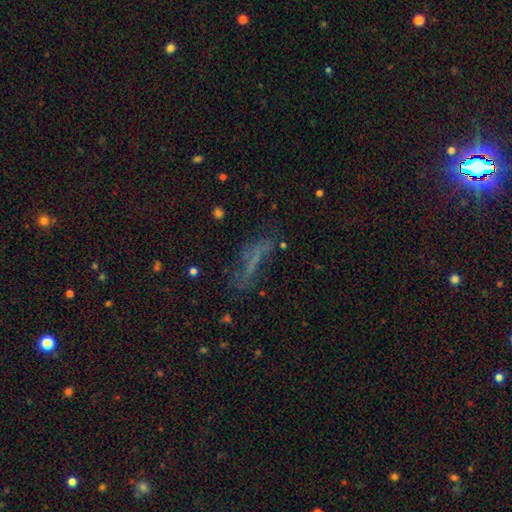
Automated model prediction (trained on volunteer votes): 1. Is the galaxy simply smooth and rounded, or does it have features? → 44% smooth, 33% featured or disk, 23% star or artifact.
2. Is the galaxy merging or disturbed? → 51% none, 23% major disturbance, 21% minor disturbance, 5% merger.